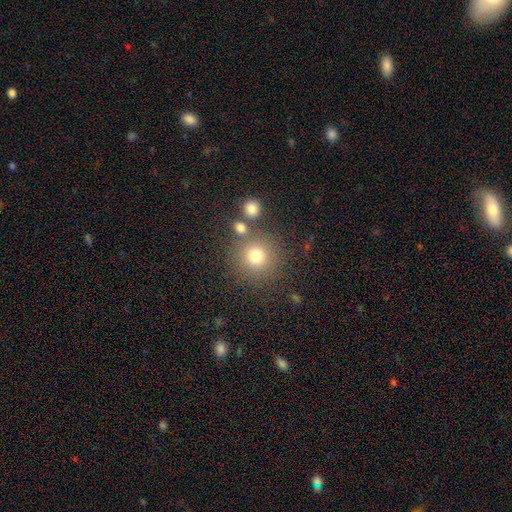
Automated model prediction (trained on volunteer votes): The model was most divided on "smooth or featured": smooth: 77%, star or artifact: 14%, featured or disk: 9%. More confident: how rounded — round (93%); merging — none (77%).